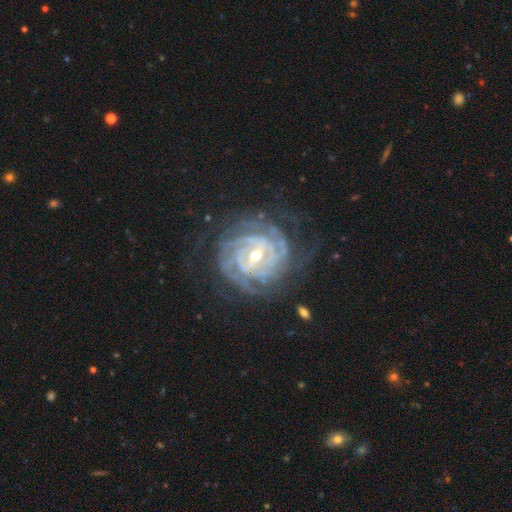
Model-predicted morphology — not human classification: A featured or disk galaxy (92%) with a weak bar (46%), 4 (25%, tied with can't tell) tight (78%) spiral arms (98%) and a small central bulge (55%).

Vote fractions:
- Smooth or featured? featured or disk: 92% / star or artifact: 5% / smooth: 4%
- Edge-on disk? no: 97% / yes: 3%
- Bar? weak: 46% / strong: 34% / no: 20%
- Spiral arms? yes: 98% / no: 2%
- Spiral winding? tight: 78% / medium: 18% / loose: 3%
- Spiral arm count? 4: 25% (tied) / can't tell: 25% (tied) / 3: 17% / 2: 14% / more than 4: 12% / 1: 7%
- Bulge size? small: 55% / moderate: 42% / large: 2% / none: 1% / dominant: 1%
- Merging? none: 73% / minor disturbance: 16% / major disturbance: 9% / merger: 1%